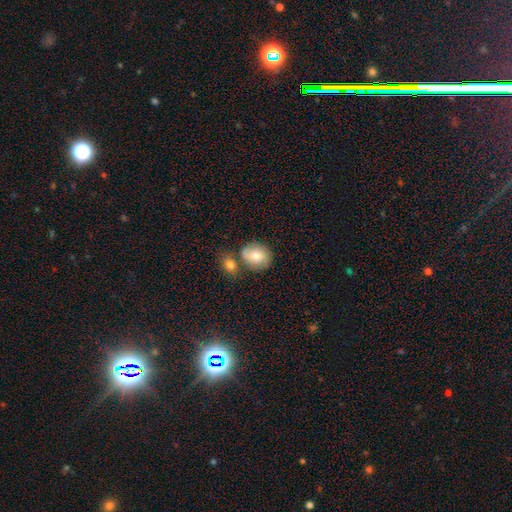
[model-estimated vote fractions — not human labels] The model was most divided on "how rounded": round: 64%, in between: 35%, cigar-shaped: 1%. More confident: smooth or featured — smooth (70%); merging — none (57%).